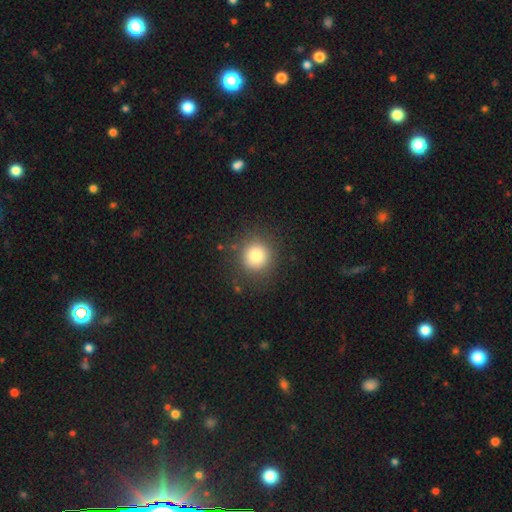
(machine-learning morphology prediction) type=smooth (80%); roundness=round (92%); merging=none (86%).